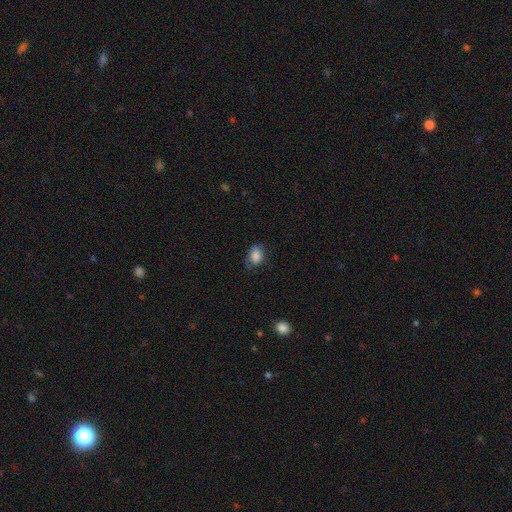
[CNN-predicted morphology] Smooth or featured? Predicted: smooth (p=0.84). How rounded? Predicted: in between (p=0.76). Merging? Predicted: none (p=0.64).